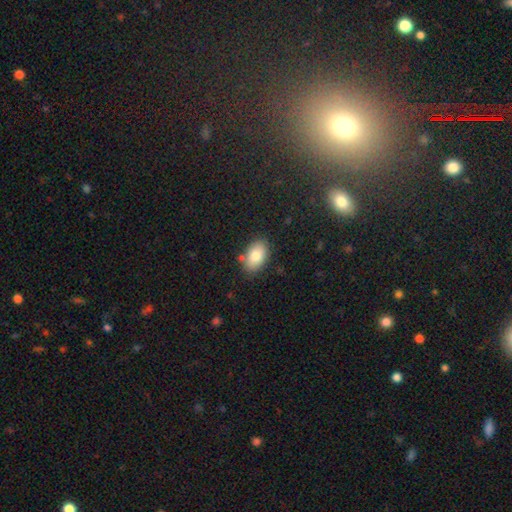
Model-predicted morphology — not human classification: type=smooth (82%); roundness=in between (91%); merging=none (80%).